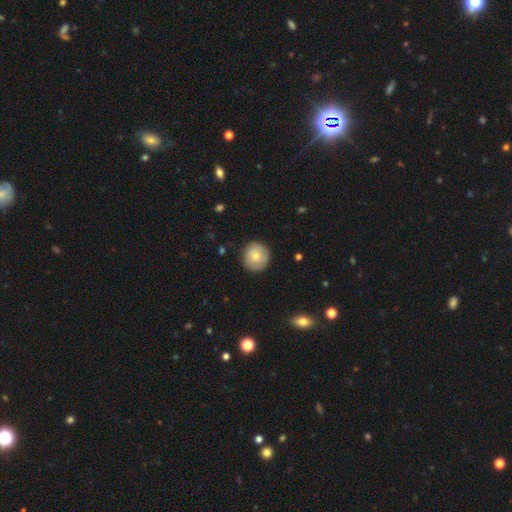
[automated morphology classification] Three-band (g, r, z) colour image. It shows a smooth galaxy with no disk features (71%) that is round (92%). Merging: none (85%).